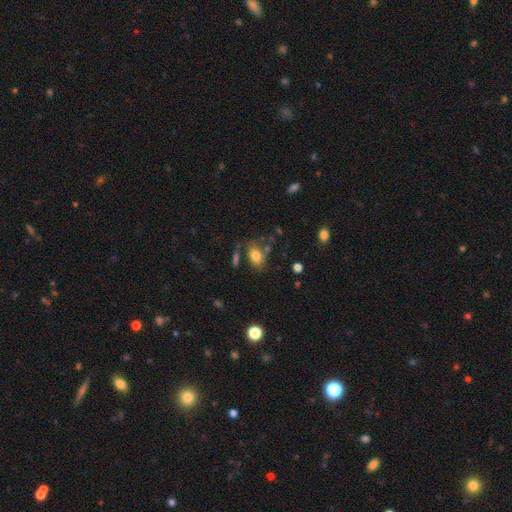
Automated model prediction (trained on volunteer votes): Overall: smooth (78%). How rounded: in between (81%). Merging: none (64%).